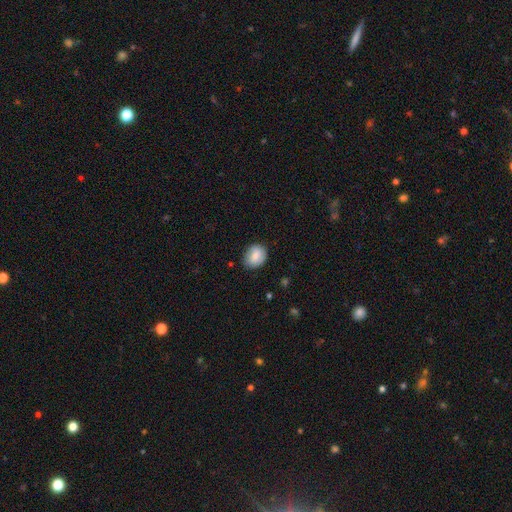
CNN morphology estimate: smooth_or_featured: smooth (p=0.81) [alt: featured or disk p=0.12]
how_rounded: round (p=0.53) [alt: in between p=0.46]
merging: none (p=0.77) [alt: minor disturbance p=0.18]